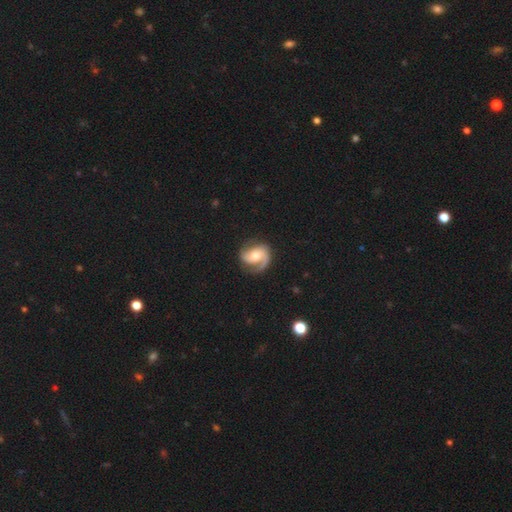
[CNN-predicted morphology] This appears to be a featured or disk galaxy (84%) with no bar (59%), 2 (66%) medium (47%) spiral arms (96%) and a moderate central bulge (68%). Merging: none (71%).